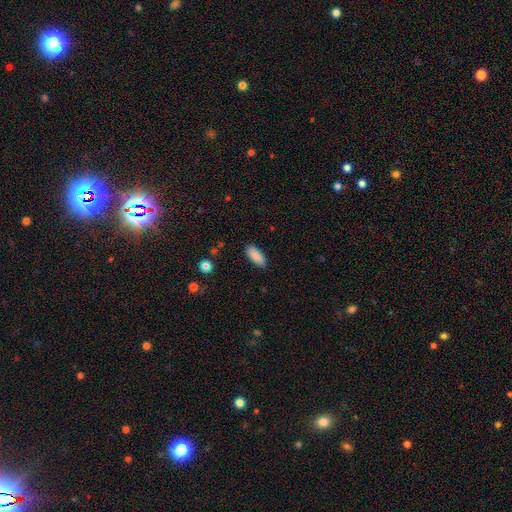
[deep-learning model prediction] The model was most divided on "how rounded": in between: 87%, cigar-shaped: 11%, round: 2%. More confident: smooth or featured — smooth (89%); merging — none (86%).